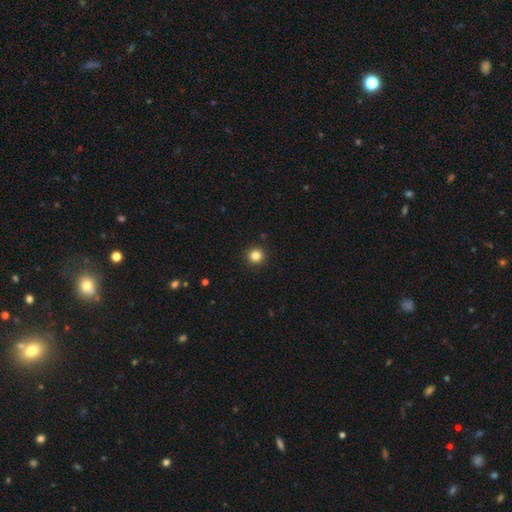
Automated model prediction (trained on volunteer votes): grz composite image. It shows a smooth galaxy with no disk features (83%) that is round (95%). Merging: none (93%).